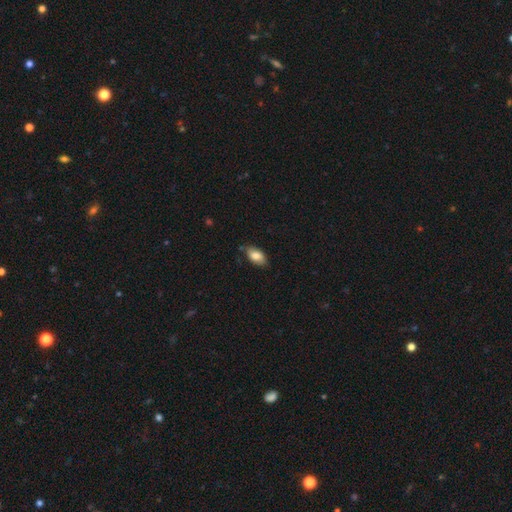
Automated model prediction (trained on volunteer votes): The model was most divided on "merging": none: 77%, minor disturbance: 18%, major disturbance: 3%, merger: 2%. More confident: how rounded — in between (93%); smooth or featured — smooth (82%).